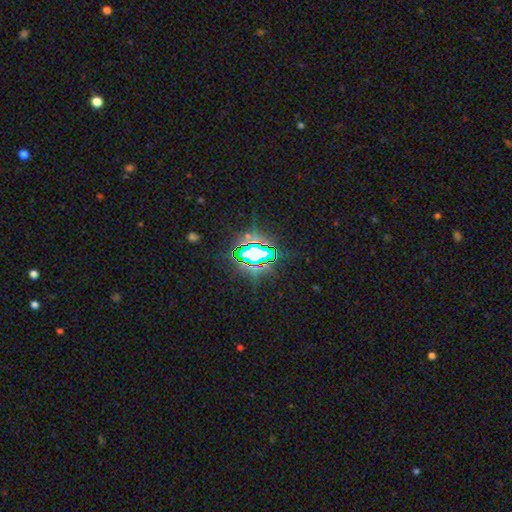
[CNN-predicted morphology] A star or artifact, not a galaxy (76%).

Vote fractions:
- Smooth or featured? star or artifact: 76% / smooth: 13% / featured or disk: 11%